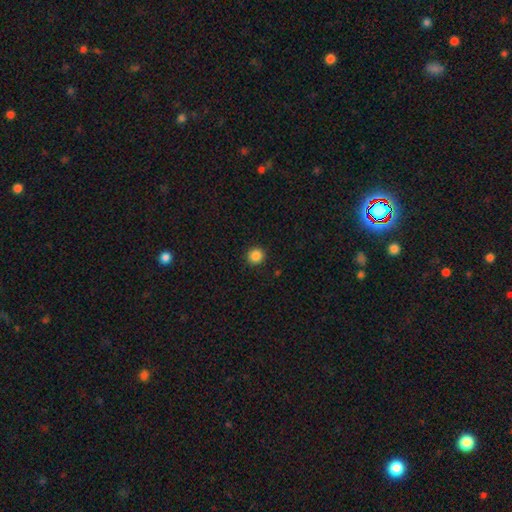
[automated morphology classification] This is clearly a smooth galaxy (86%). How rounded: clearly round (93%). Merging: clearly none (92%).